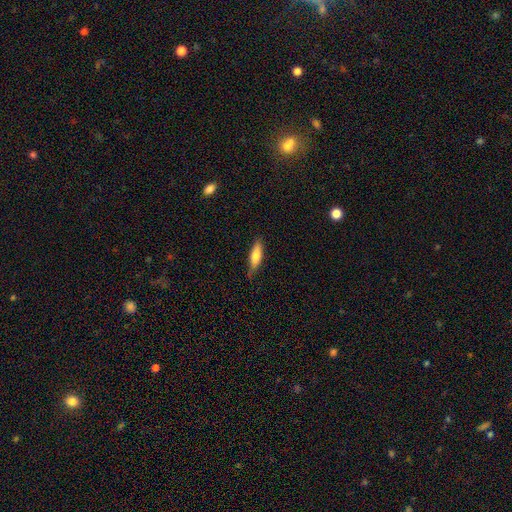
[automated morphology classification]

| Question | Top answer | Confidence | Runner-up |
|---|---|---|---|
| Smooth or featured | smooth | 72% | featured or disk (22%) |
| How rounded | cigar-shaped | 61% | in between (37%) |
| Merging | none | 73% | minor disturbance (22%) |